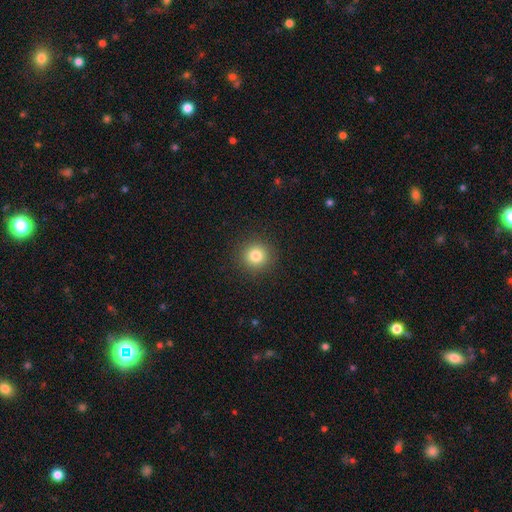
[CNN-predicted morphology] smooth-or-featured: smooth: 82% | star or artifact: 12% | featured or disk: 6%
  how-rounded: round: 93% | in between: 6% | cigar-shaped: 1%
  merging: none: 91% | minor disturbance: 6% | major disturbance: 2% | merger: 1%